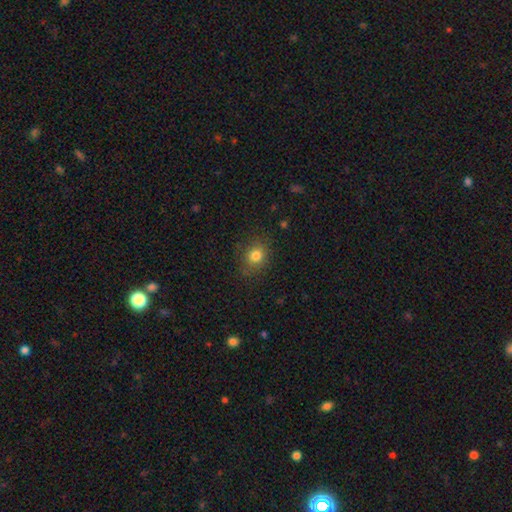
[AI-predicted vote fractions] The model was most divided on "how rounded": round: 63%, in between: 36%, cigar-shaped: 1%. More confident: merging — none (80%); smooth or featured — smooth (80%).